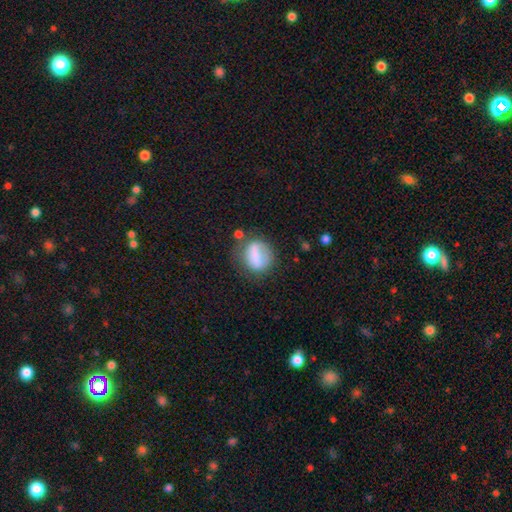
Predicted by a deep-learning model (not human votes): smooth-or-featured: smooth: 69% | featured or disk: 22% | star or artifact: 9%
  how-rounded: round: 58% | in between: 39% | cigar-shaped: 2%
  merging: none: 50% | minor disturbance: 26% | major disturbance: 17% | merger: 8%